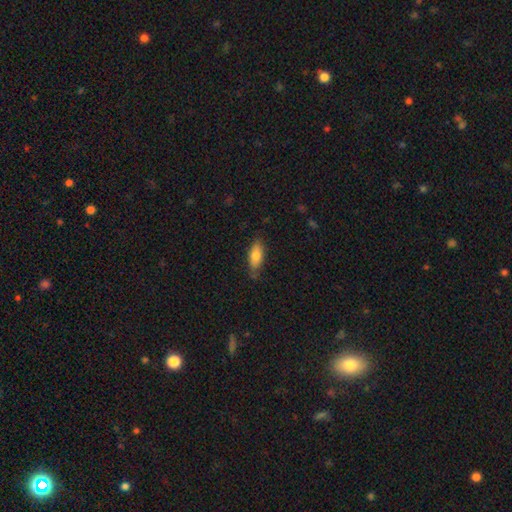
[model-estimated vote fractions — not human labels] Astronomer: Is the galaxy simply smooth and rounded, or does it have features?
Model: smooth — 78%.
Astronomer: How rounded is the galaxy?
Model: in between — 74%.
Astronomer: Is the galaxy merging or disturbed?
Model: none — 78%.